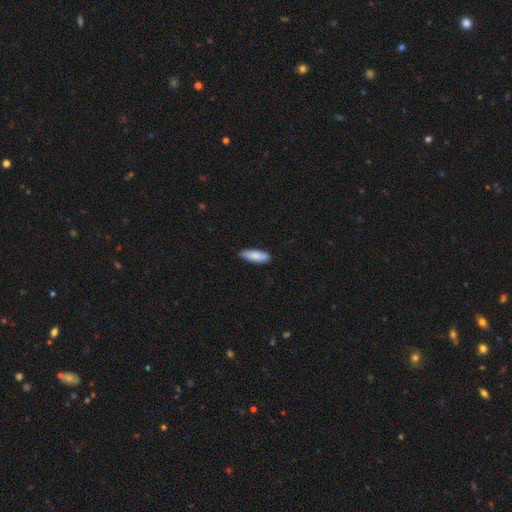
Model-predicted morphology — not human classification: smooth 84%, featured or disk 11%, star or artifact 6%. Down the decision tree: how rounded — in between (59%); merging — none (83%).